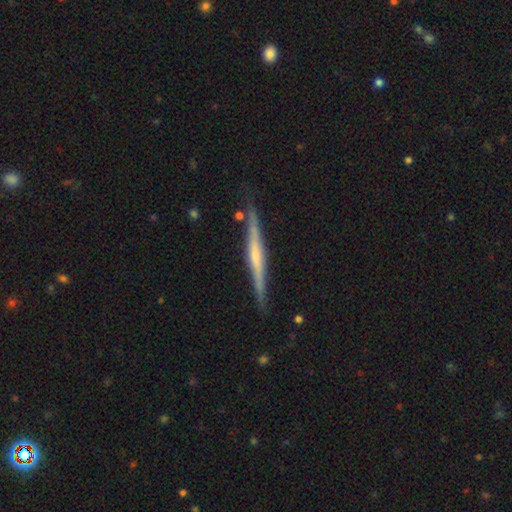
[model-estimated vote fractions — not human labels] A featured or disk galaxy (68%) viewed edge-on (97%) with no central bulge (44%). Merging: none (85%).